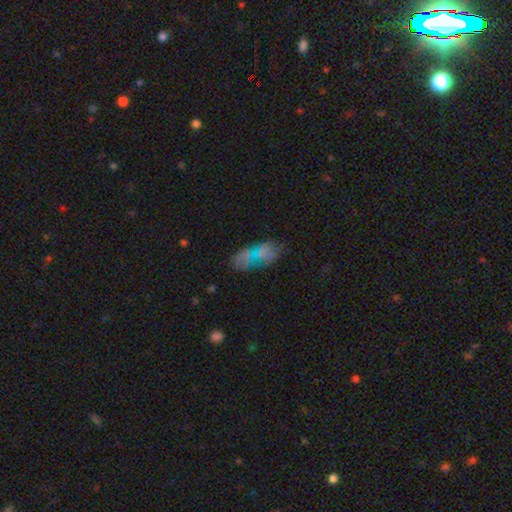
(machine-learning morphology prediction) Overall: smooth (52%; featured or disk 27%). How rounded: in between (80%). Merging: none (47%; merger 22%).